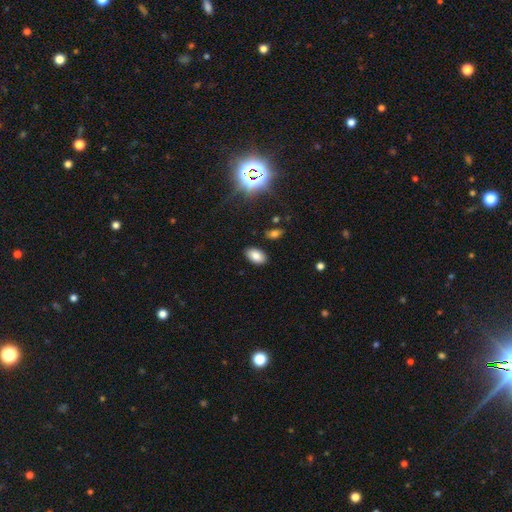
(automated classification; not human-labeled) A smooth galaxy with no disk features (81%) that is in between round and cigar-shaped (93%). Merging: none (87%).